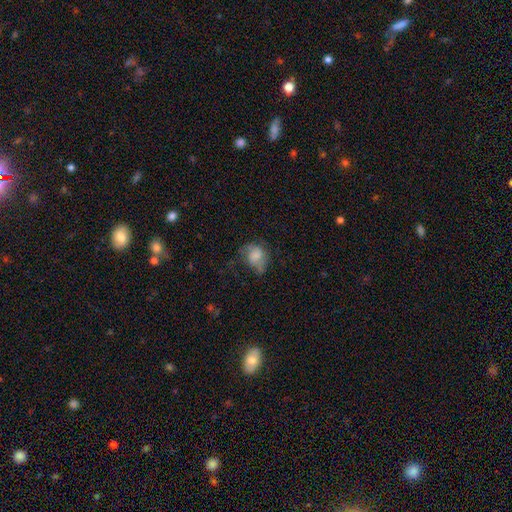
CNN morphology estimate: smooth_or_featured: smooth (p=0.60) [alt: featured or disk p=0.31]
how_rounded: round (p=0.49) [tied with: in between p=0.49]
merging: none (p=0.39) [alt: minor disturbance p=0.31]